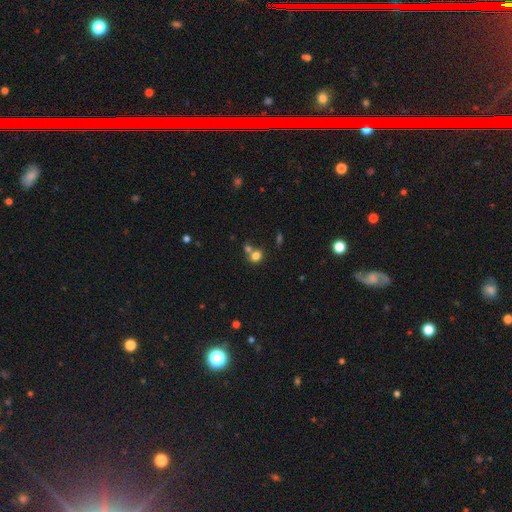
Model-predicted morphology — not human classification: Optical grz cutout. It shows a smooth galaxy with no disk features (78%) that is round (64%). Merging: none (51%).